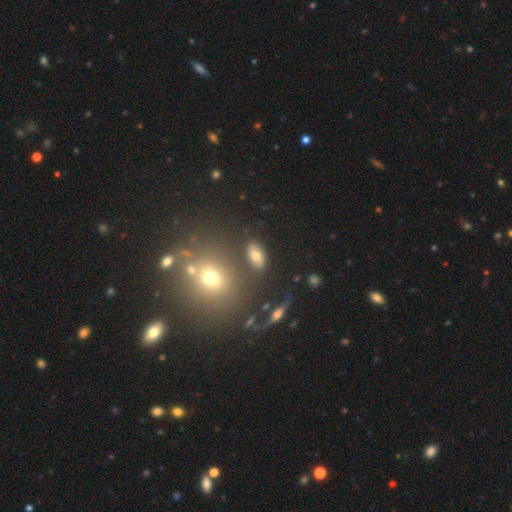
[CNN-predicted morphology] type=smooth (66%); roundness=in between (82%); merging=none (79%).